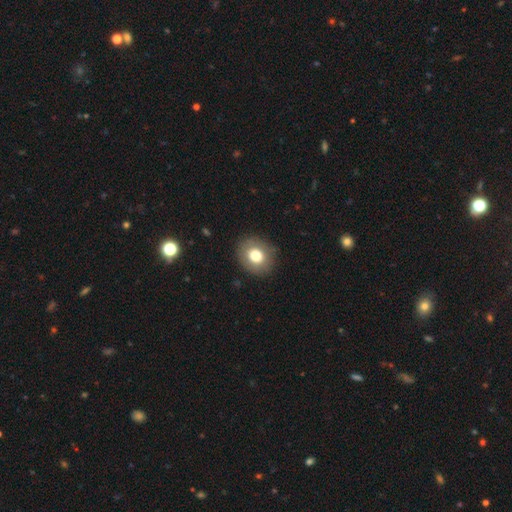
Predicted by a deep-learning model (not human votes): smooth_or_featured: smooth (p=0.76) [alt: featured or disk p=0.15]
how_rounded: round (p=0.72) [alt: in between p=0.27]
merging: none (p=0.88) [alt: minor disturbance p=0.08]